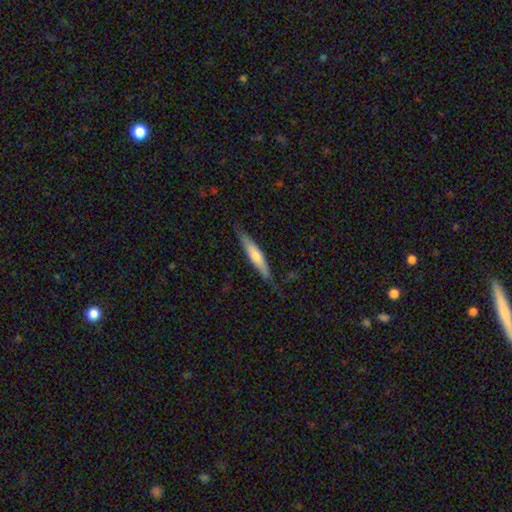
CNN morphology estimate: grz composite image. It shows a smooth galaxy with no disk features (50%). Merging: none (81%).